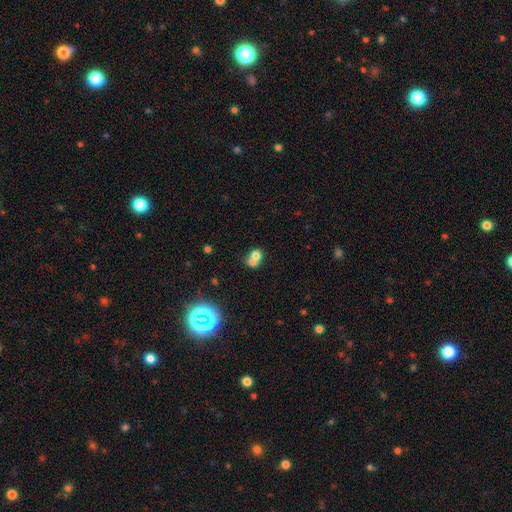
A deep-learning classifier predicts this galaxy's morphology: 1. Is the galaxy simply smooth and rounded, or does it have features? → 67% smooth, 19% featured or disk, 14% star or artifact.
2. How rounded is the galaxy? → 66% round, 33% in between, 1% cigar-shaped.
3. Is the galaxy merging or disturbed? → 64% merger, 27% none, 6% minor disturbance, 3% major disturbance.